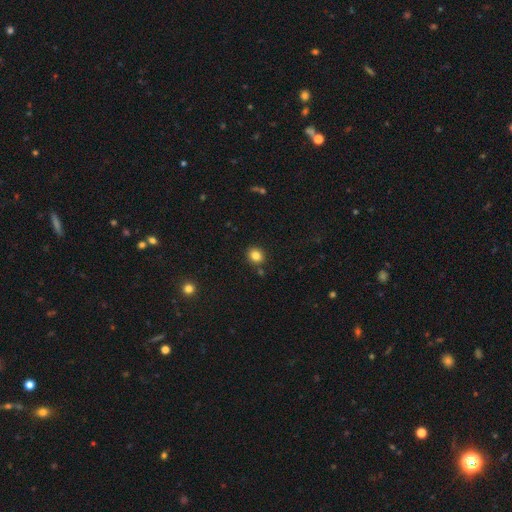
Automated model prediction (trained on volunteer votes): smooth_or_featured: smooth (p=0.82) [alt: star or artifact p=0.12]
how_rounded: round (p=0.77) [alt: in between p=0.22]
merging: none (p=0.86) [alt: minor disturbance p=0.08]